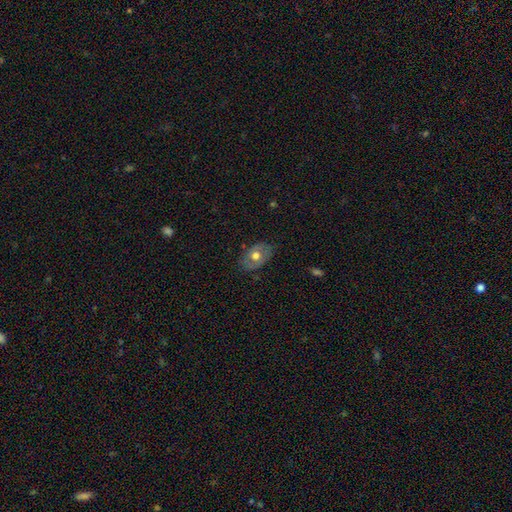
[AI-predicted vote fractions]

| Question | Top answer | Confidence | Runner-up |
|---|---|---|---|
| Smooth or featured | smooth | 52% | featured or disk (41%) |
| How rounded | in between | 81% | round (18%) |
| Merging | none | 79% | minor disturbance (17%) |